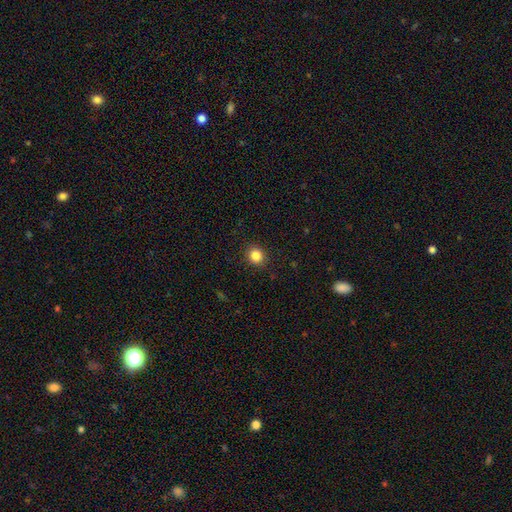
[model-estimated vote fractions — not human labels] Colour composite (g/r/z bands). It shows a smooth galaxy with no disk features (85%) that is round (85%). Merging: none (90%).